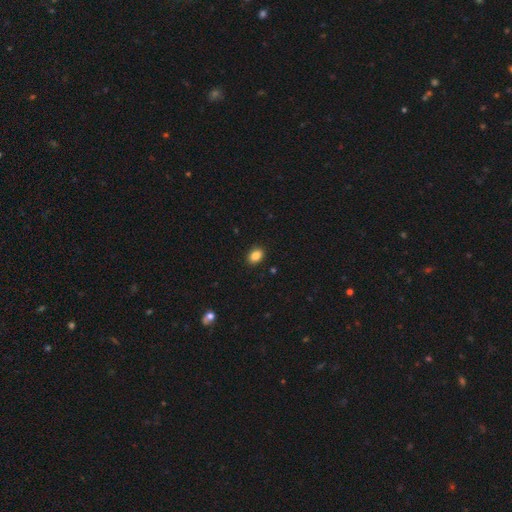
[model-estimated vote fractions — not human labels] Smooth or featured: smooth — 87% (star or artifact — 9%)
How rounded: in between — 72% (round — 27%)
Merging: none — 90% (minor disturbance — 7%)